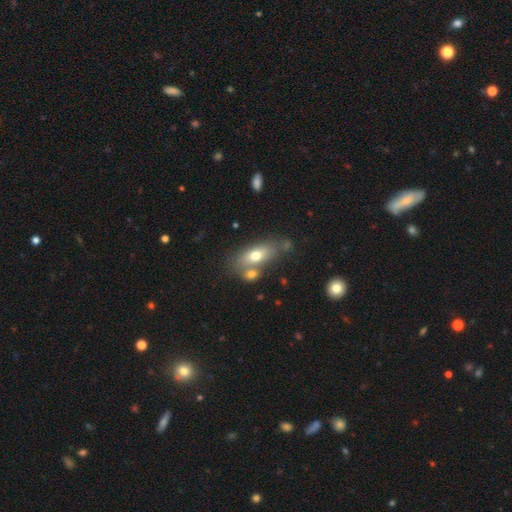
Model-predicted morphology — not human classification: smooth_or_featured: smooth (p=0.67) [alt: featured or disk p=0.25]
how_rounded: in between (p=0.77) [alt: cigar-shaped p=0.15]
merging: none (p=0.53) [alt: merger p=0.27]